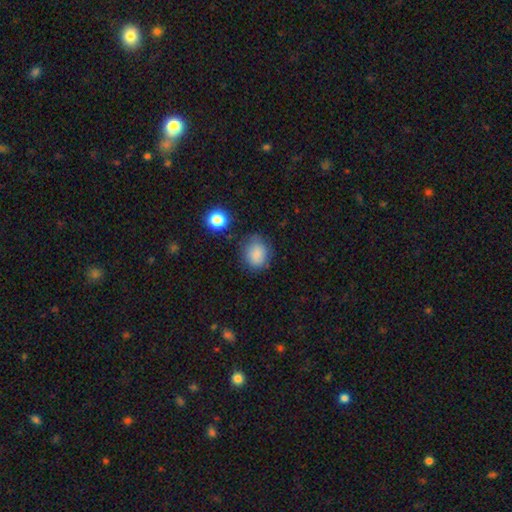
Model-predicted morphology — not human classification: type=smooth (84%); roundness=round (61%); merging=none (71%).